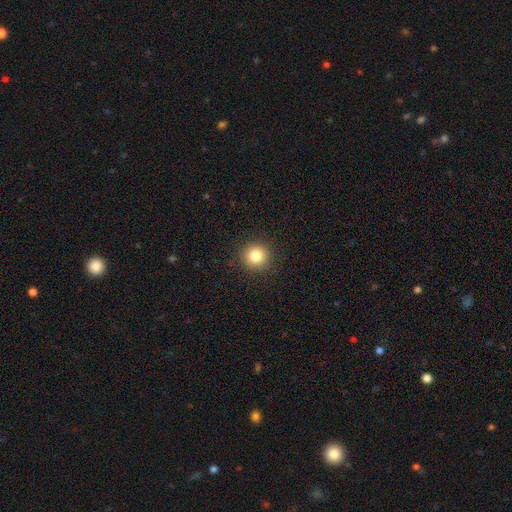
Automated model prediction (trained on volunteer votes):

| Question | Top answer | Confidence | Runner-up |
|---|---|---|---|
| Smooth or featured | smooth | 83% | star or artifact (11%) |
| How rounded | round | 94% | in between (5%) |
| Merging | none | 92% | minor disturbance (5%) |